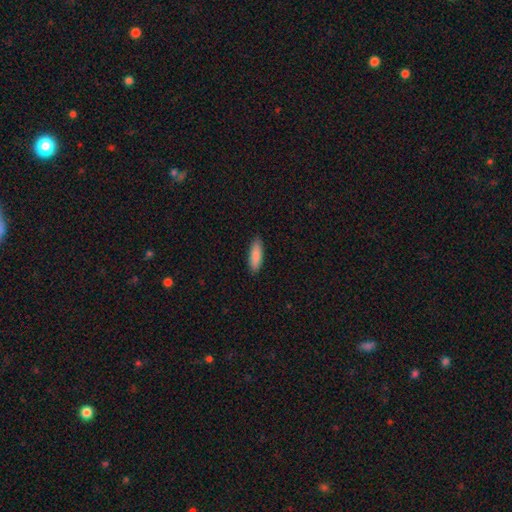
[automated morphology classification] Smooth or featured? smooth (88%)
How rounded? in between (49%, tied with cigar-shaped)
Merging? none (90%)